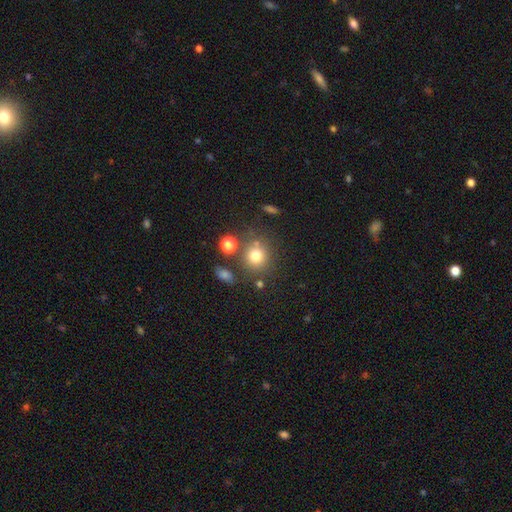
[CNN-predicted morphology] Smooth or featured? Predicted: smooth (p=0.76). How rounded? Predicted: round (p=0.86). Merging? Predicted: none (p=0.73).